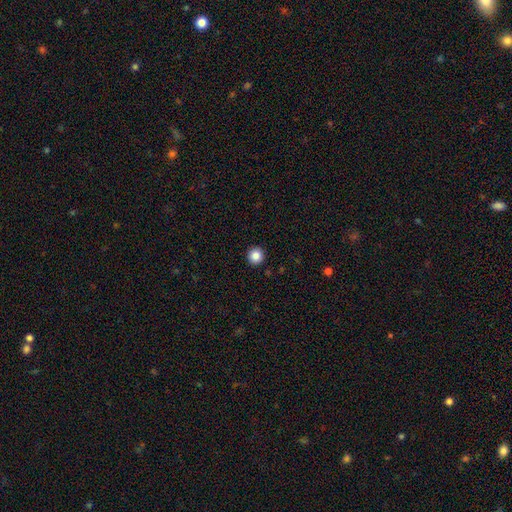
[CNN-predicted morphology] Smooth or featured: smooth — 86% (star or artifact — 10%)
How rounded: round — 95% (in between — 4%)
Merging: none — 93% (minor disturbance — 4%)